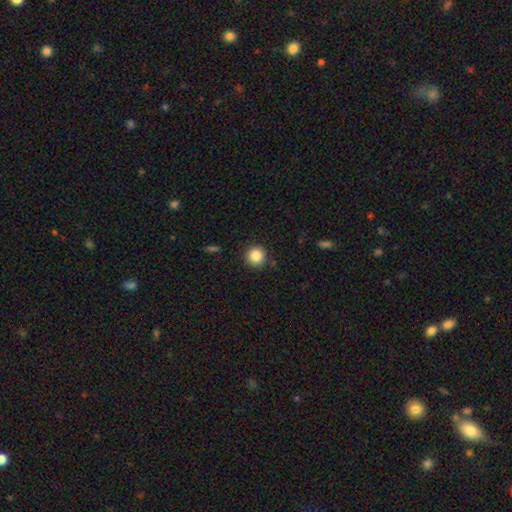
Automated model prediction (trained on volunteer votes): This is clearly a smooth galaxy (86%). How rounded: clearly round (95%). Merging: clearly none (90%).